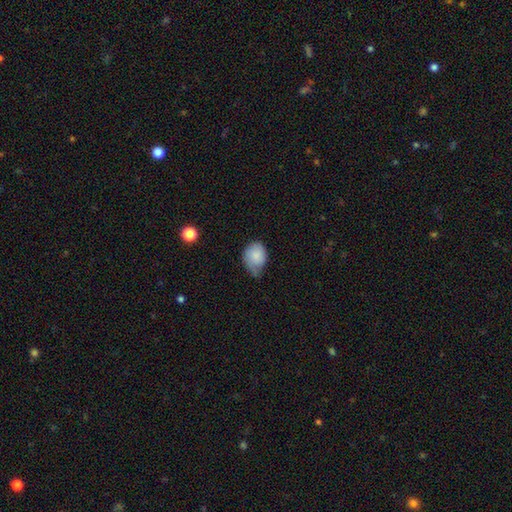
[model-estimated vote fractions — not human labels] Q: Smooth or featured?
A: smooth (81%); runner-up: featured or disk (12%)
Q: How rounded?
A: in between (54%); runner-up: round (45%)
Q: Merging?
A: minor disturbance (47%); runner-up: none (33%)